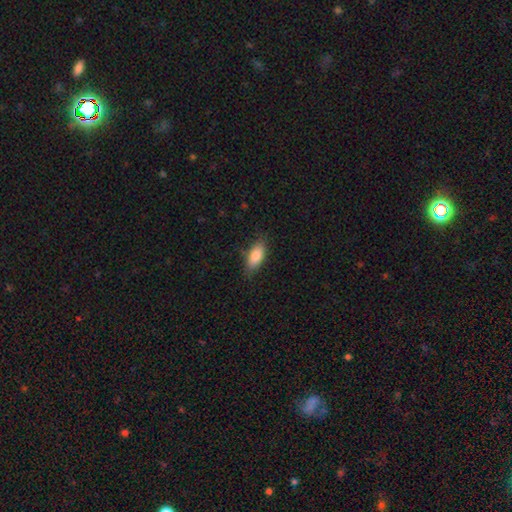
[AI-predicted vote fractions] smooth-or-featured: smooth: 84% | featured or disk: 9% | star or artifact: 7%
  how-rounded: in between: 85% | cigar-shaped: 13% | round: 3%
  merging: none: 79% | minor disturbance: 16% | major disturbance: 3% | merger: 1%